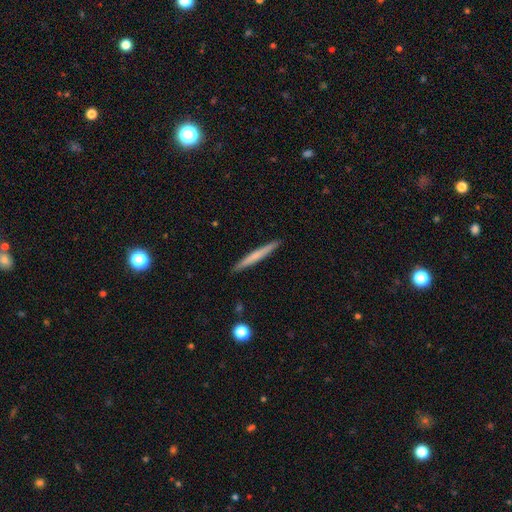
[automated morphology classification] Q: Smooth or featured?
A: smooth (60%); runner-up: featured or disk (34%)
Q: How rounded?
A: cigar-shaped (97%); runner-up: in between (2%)
Q: Merging?
A: none (92%); runner-up: minor disturbance (6%)